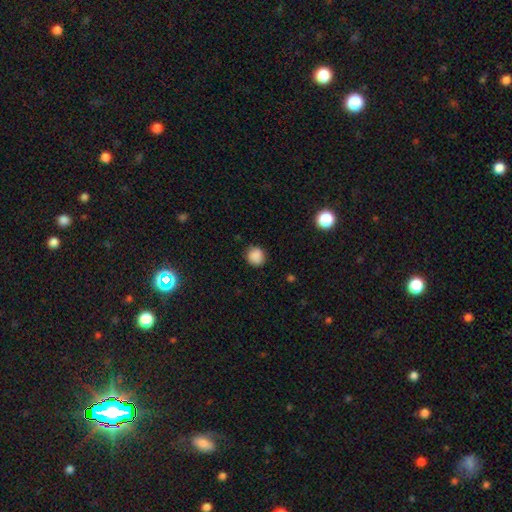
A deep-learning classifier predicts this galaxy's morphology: Smooth or featured: smooth — 87% (star or artifact — 9%)
How rounded: round — 85% (in between — 14%)
Merging: none — 84% (minor disturbance — 12%)